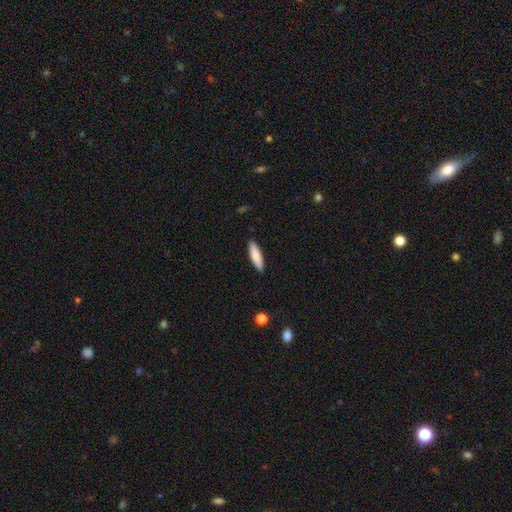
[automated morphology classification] Smooth or featured: smooth — 84% (featured or disk — 10%)
How rounded: cigar-shaped — 65% (in between — 34%)
Merging: none — 90% (minor disturbance — 8%)